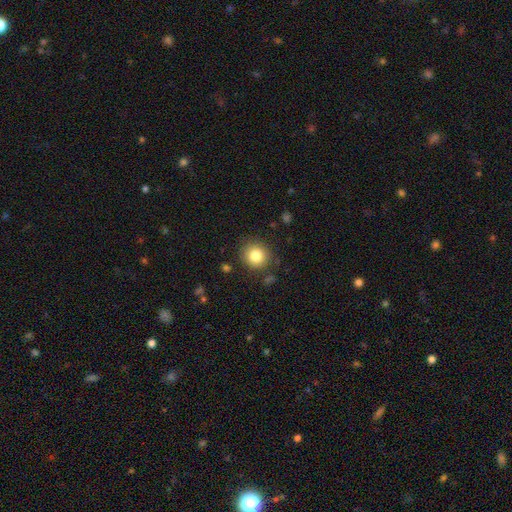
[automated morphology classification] Q: Smooth or featured?
A: smooth (83%); runner-up: star or artifact (10%)
Q: How rounded?
A: round (90%); runner-up: in between (9%)
Q: Merging?
A: none (86%); runner-up: minor disturbance (9%)